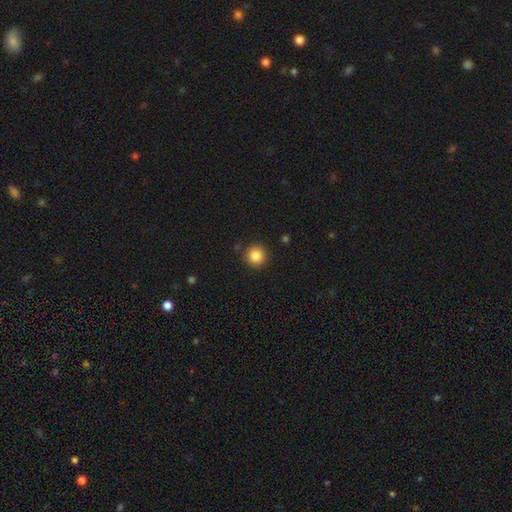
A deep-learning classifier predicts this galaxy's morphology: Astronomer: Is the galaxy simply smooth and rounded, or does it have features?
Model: smooth — 86%.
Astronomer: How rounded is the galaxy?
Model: round — 94%.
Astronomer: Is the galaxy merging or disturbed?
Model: none — 90%.